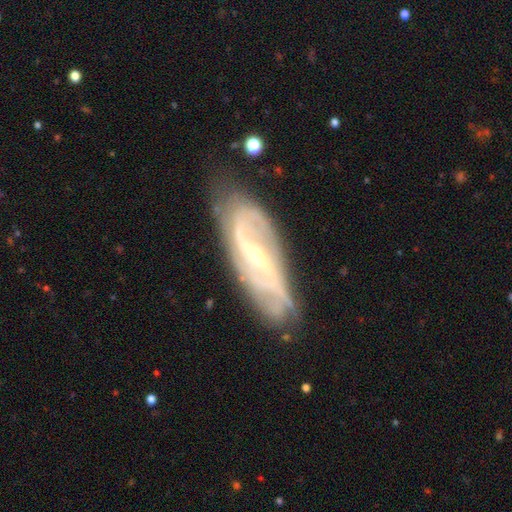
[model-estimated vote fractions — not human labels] Q: Smooth or featured?
A: featured or disk (85%); runner-up: smooth (9%)
Q: Edge-on disk?
A: no (88%); runner-up: yes (12%)
Q: Bar?
A: strong (44%); runner-up: weak (39%)
Q: Spiral arms?
A: yes (92%); runner-up: no (8%)
Q: Spiral winding?
A: medium (40%); runner-up: loose (32%)
Q: Spiral arm count?
A: 2 (63%); runner-up: can't tell (21%)
Q: Bulge size?
A: small (73%); runner-up: moderate (22%)
Q: Merging?
A: none (73%); runner-up: minor disturbance (19%)